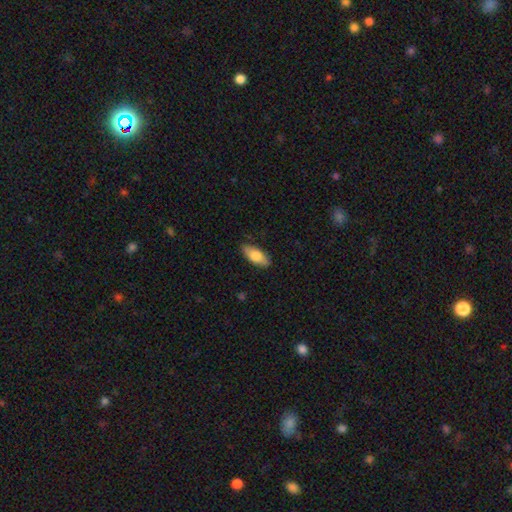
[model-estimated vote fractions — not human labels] A smooth galaxy with no disk features (78%) that is in between round and cigar-shaped (84%).

Vote fractions:
- Smooth or featured? smooth: 78% / featured or disk: 16% / star or artifact: 6%
- How rounded? in between: 84% / cigar-shaped: 14% / round: 2%
- Merging? none: 86% / minor disturbance: 11% / major disturbance: 2% / merger: 1%